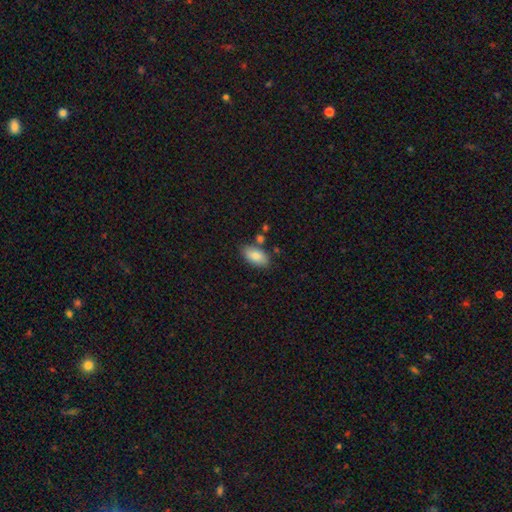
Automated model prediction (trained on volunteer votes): A smooth galaxy with no disk features (84%) that is in between round and cigar-shaped (93%). Merging: none (75%).